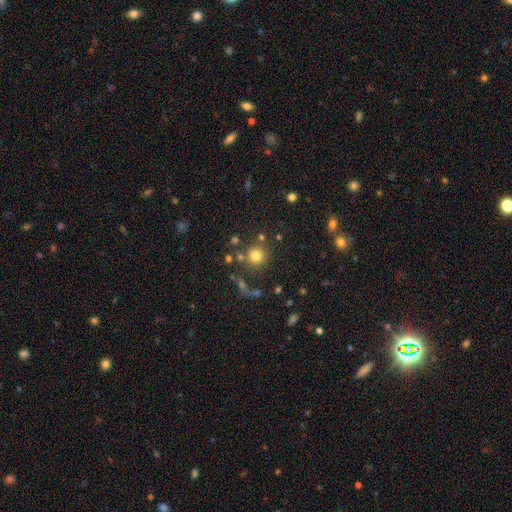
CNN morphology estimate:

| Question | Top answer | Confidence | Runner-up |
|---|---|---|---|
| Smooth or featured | smooth | 78% | star or artifact (14%) |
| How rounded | round | 93% | in between (6%) |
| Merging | none | 77% | merger (9%) |